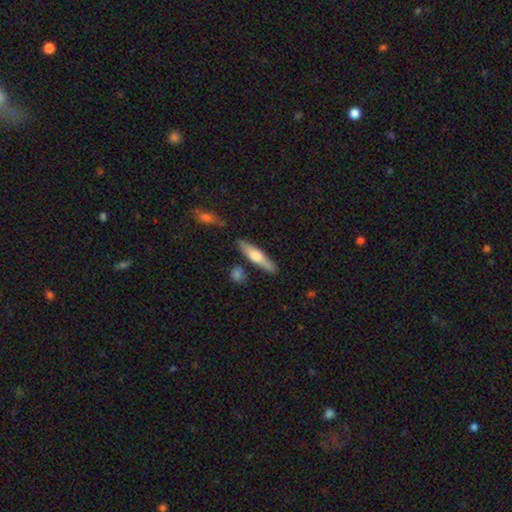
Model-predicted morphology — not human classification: Smooth or featured?
  - smooth: 49% *
  - featured or disk: 46%
  - star or artifact: 5%
Merging?
  - none: 82% *
  - minor disturbance: 11%
  - merger: 5%
  - major disturbance: 2%